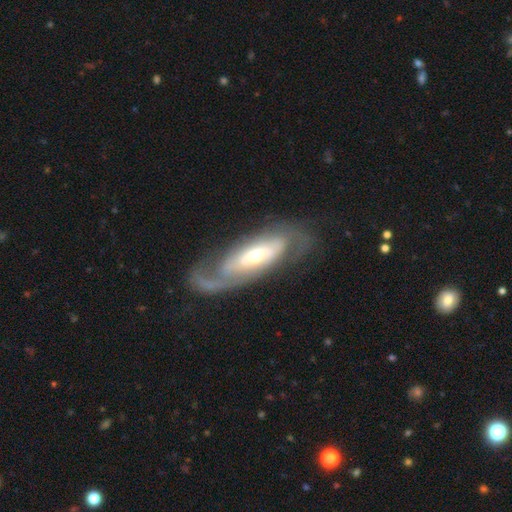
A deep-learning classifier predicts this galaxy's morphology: A featured or disk galaxy (80%) with no bar (50%), 2 (61%) tight (42%) spiral arms (84%) and a moderate central bulge (47%). Merging: none (65%).